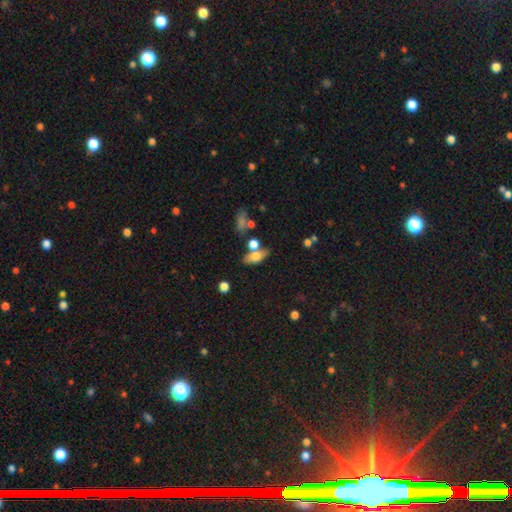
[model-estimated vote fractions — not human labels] smooth 64%, featured or disk 27%, star or artifact 10%. Down the decision tree: how rounded — in between (73%); merging — none (57%).